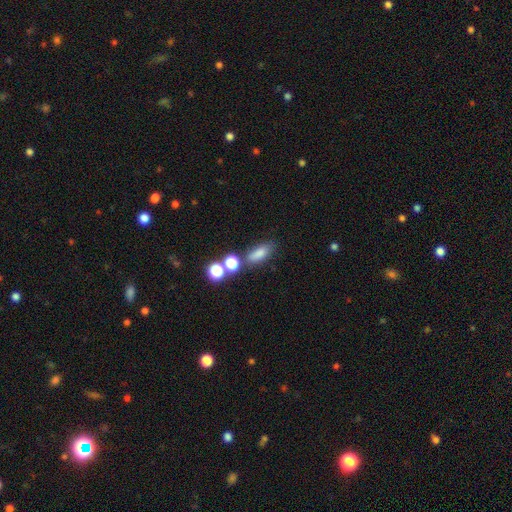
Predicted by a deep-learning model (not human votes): Smooth or featured?
  - smooth: 73% *
  - star or artifact: 16%
  - featured or disk: 10%
How rounded?
  - in between: 64% *
  - cigar-shaped: 22%
  - round: 14%
Merging?
  - none: 64% *
  - merger: 17%
  - minor disturbance: 13%
  - major disturbance: 6%